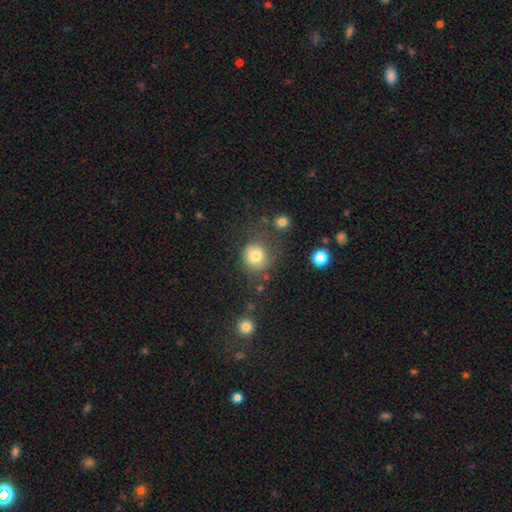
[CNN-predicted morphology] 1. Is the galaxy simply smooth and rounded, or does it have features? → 80% smooth, 12% star or artifact, 9% featured or disk.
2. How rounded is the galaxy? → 87% round, 12% in between, 1% cigar-shaped.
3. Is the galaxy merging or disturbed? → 70% none, 16% minor disturbance, 7% major disturbance, 7% merger.